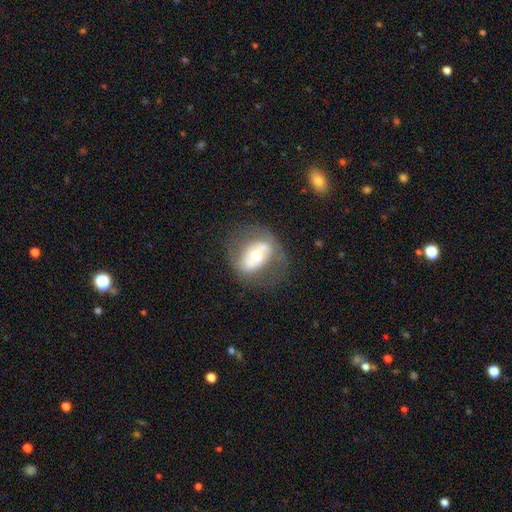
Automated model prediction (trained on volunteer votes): smooth_or_featured: featured or disk (p=0.62) [alt: smooth p=0.31]
disk_edge_on: no (p=0.93) [alt: yes p=0.07]
bar: no (p=0.42) [alt: strong p=0.31]
has_spiral_arms: no (p=0.58) [alt: yes p=0.42]
bulge_size: moderate (p=0.65) [alt: small p=0.23]
merging: none (p=0.64) [alt: minor disturbance p=0.18]